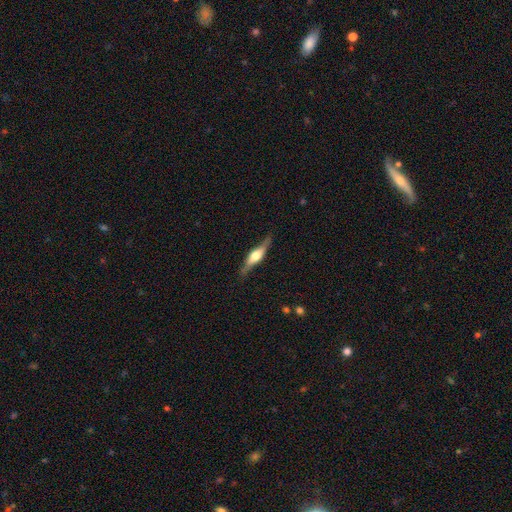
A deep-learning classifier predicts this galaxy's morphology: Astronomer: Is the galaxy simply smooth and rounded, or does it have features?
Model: featured or disk — 67%.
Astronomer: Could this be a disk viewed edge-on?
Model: yes — 91%.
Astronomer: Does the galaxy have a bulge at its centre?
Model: rounded — 87%.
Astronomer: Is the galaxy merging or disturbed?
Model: none — 79%.